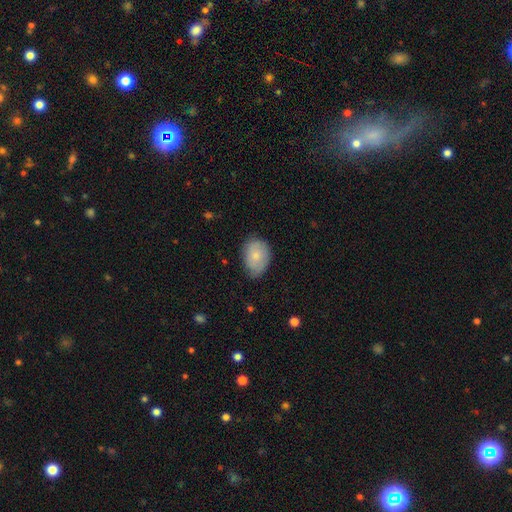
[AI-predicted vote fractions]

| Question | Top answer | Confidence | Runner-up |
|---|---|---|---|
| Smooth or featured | smooth | 78% | featured or disk (16%) |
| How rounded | in between | 80% | round (19%) |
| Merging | none | 65% | minor disturbance (28%) |